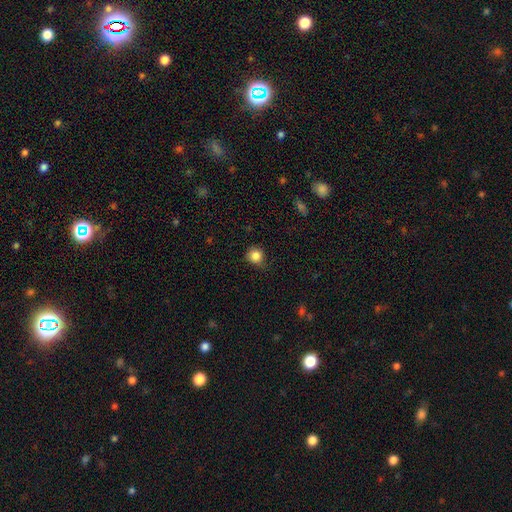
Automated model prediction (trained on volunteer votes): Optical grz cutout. It shows a smooth galaxy with no disk features (85%) that is round (88%). Merging: none (73%).